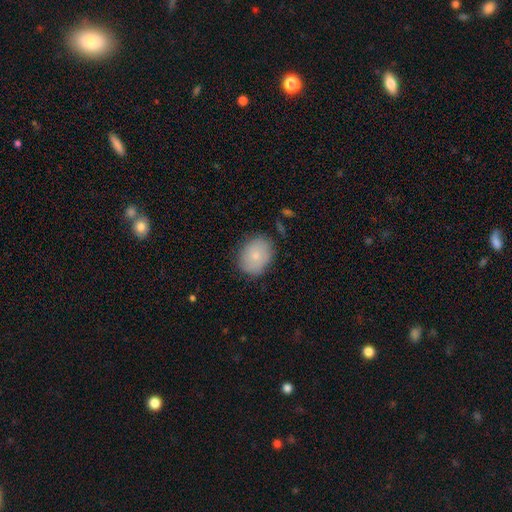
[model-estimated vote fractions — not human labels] smooth 78%, featured or disk 15%, star or artifact 7%. Down the decision tree: how rounded — in between (59%); merging — none (79%).